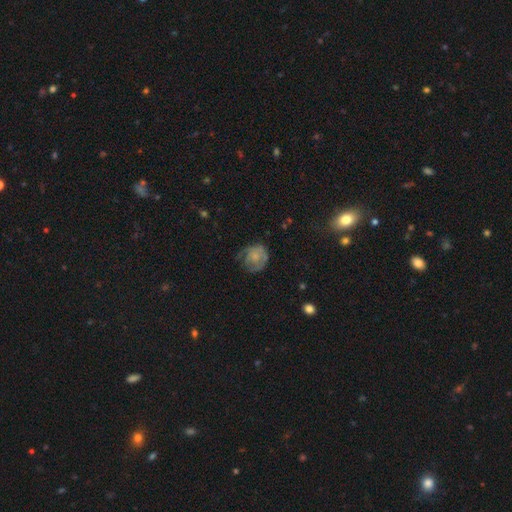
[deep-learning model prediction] Smooth or featured: smooth — 47% (featured or disk — 44%)
Merging: none — 52% (minor disturbance — 28%)